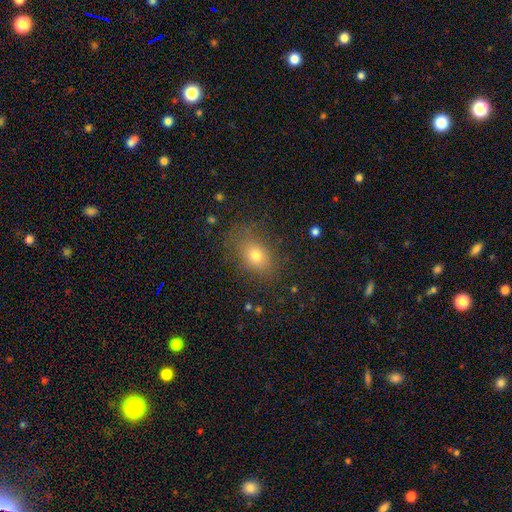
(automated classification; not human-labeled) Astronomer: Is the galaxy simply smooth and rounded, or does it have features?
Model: smooth — 73%.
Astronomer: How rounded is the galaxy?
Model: in between — 61% (runner-up: round, 37%).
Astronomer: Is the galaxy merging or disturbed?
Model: none — 77%.